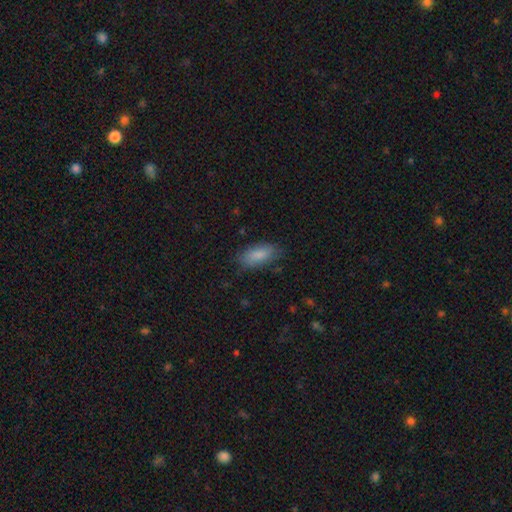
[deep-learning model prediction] This is clearly a smooth galaxy (83%). How rounded: clearly in between (84%). Merging: likely none (79%).